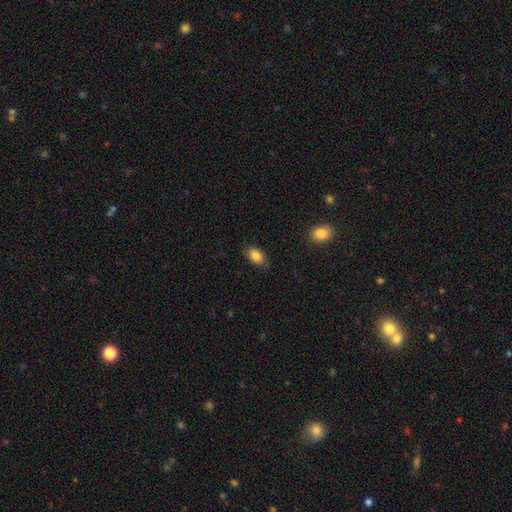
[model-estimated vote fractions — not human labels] smooth 84%, star or artifact 8%, featured or disk 8%. Down the decision tree: how rounded — in between (89%); merging — none (81%).